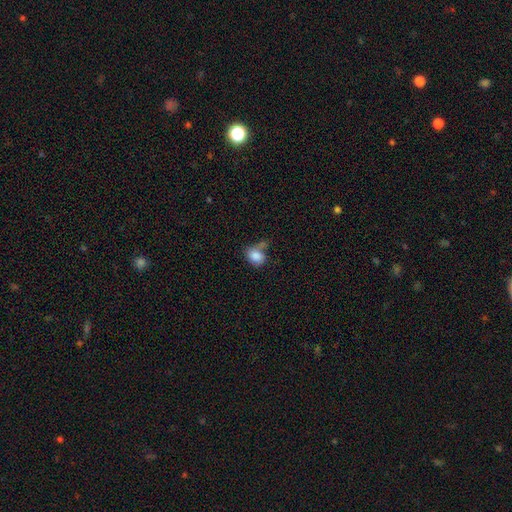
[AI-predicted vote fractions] smooth_or_featured: smooth (p=0.82) [alt: star or artifact p=0.09]
how_rounded: in between (p=0.58) [alt: round p=0.41]
merging: none (p=0.39) [alt: minor disturbance p=0.26]